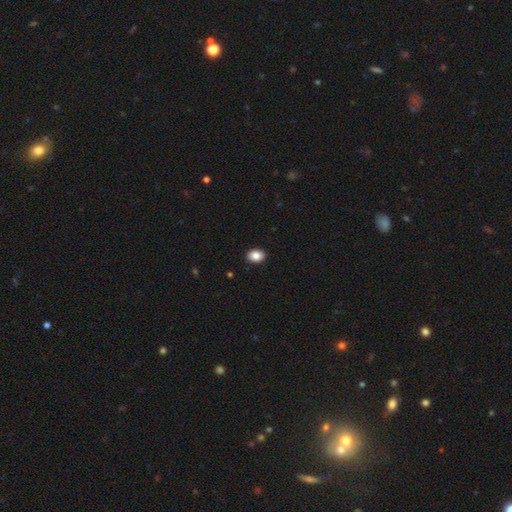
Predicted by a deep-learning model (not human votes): A smooth galaxy with no disk features (87%) that is in between round and cigar-shaped (72%). Merging: none (91%).